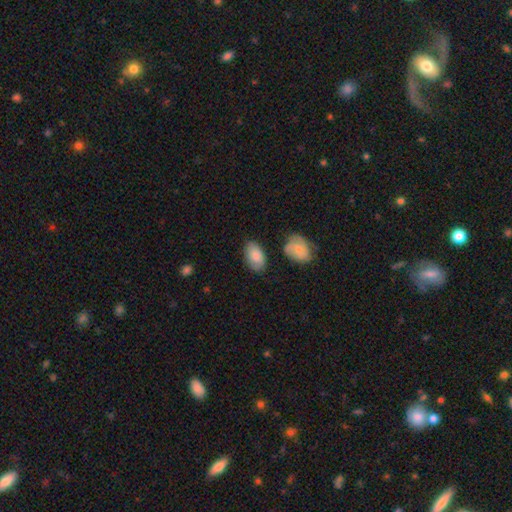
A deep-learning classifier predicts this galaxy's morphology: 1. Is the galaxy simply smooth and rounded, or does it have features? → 83% smooth, 11% featured or disk, 6% star or artifact.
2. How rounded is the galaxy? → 93% in between, 6% round, 1% cigar-shaped.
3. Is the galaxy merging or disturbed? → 72% none, 18% minor disturbance, 6% merger, 4% major disturbance.